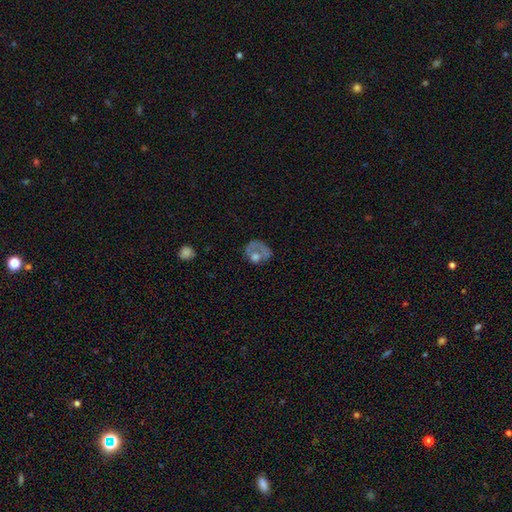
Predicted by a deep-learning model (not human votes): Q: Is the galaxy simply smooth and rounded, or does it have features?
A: smooth — 45%.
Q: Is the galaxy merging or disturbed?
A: none — 38%.